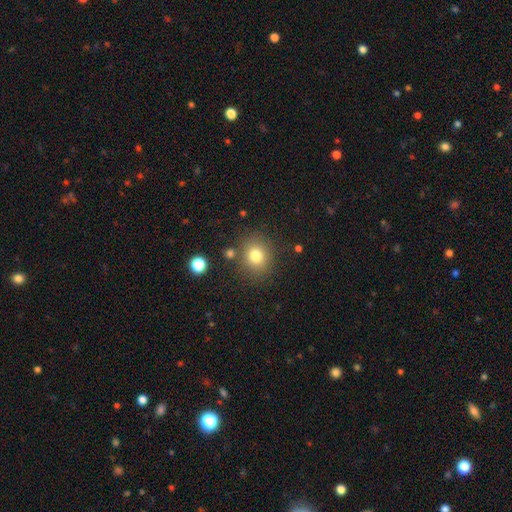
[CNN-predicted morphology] Q: Smooth or featured?
A: smooth (78%); runner-up: star or artifact (13%)
Q: How rounded?
A: round (80%); runner-up: in between (19%)
Q: Merging?
A: none (81%); runner-up: minor disturbance (10%)